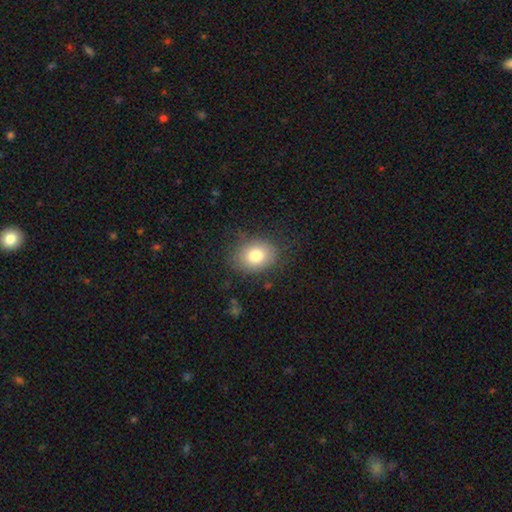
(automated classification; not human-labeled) Smooth or featured?
  - smooth: 79% *
  - featured or disk: 11%
  - star or artifact: 9%
How rounded?
  - in between: 54% *
  - round: 45%
  - cigar-shaped: 1%
Merging?
  - none: 79% *
  - minor disturbance: 15%
  - major disturbance: 5%
  - merger: 1%